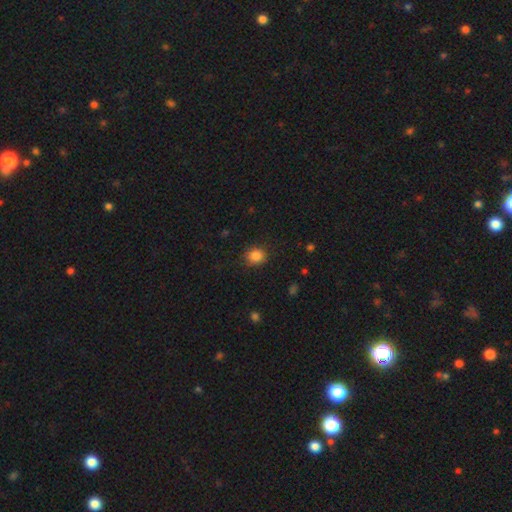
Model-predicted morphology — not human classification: smooth_or_featured: smooth (p=0.85) [alt: star or artifact p=0.11]
how_rounded: round (p=0.76) [alt: in between p=0.23]
merging: none (p=0.84) [alt: minor disturbance p=0.12]